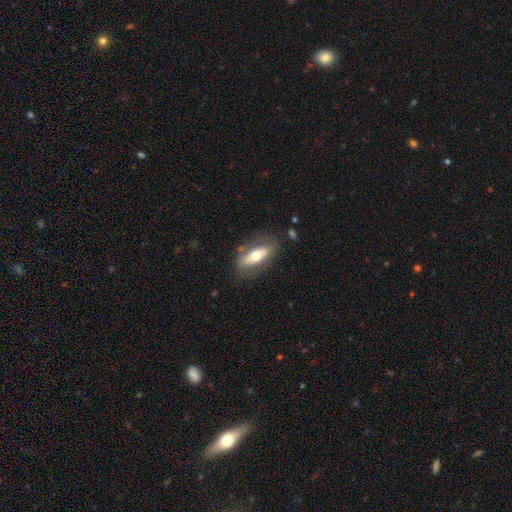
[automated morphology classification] The model was most divided on "smooth or featured": smooth: 52%, featured or disk: 42%, star or artifact: 6%. More confident: how rounded — in between (76%); merging — none (76%).